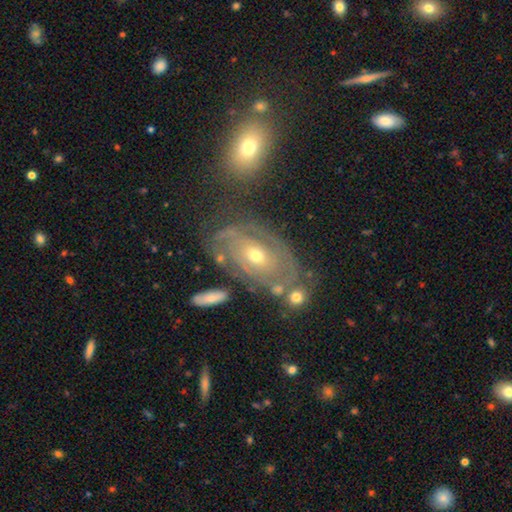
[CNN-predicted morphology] Smooth or featured?
  - featured or disk: 77% *
  - smooth: 16%
  - star or artifact: 7%
Edge-on disk?
  - no: 95% *
  - yes: 5%
Bar?
  - no: 75% *
  - weak: 20%
  - strong: 5%
Spiral arms?
  - yes: 77% *
  - no: 23%
Spiral winding?
  - tight: 70% *
  - medium: 22%
  - loose: 8%
Spiral arm count?
  - can't tell: 51% *
  - 2: 25%
  - 3: 9%
  - 1: 6%
  - 4: 5%
  - more than 4: 4%
Bulge size?
  - moderate: 51% *
  - small: 44%
  - large: 3%
  - none: 1%
  - dominant: 1%
Merging?
  - none: 60% *
  - minor disturbance: 21%
  - major disturbance: 13%
  - merger: 6%